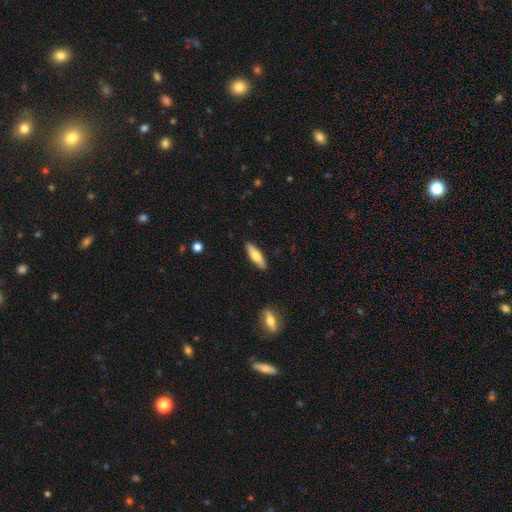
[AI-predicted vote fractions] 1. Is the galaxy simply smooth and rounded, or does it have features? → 65% smooth, 29% featured or disk, 6% star or artifact.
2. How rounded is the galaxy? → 58% cigar-shaped, 40% in between, 2% round.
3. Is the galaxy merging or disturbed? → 89% none, 8% minor disturbance, 2% major disturbance, 1% merger.